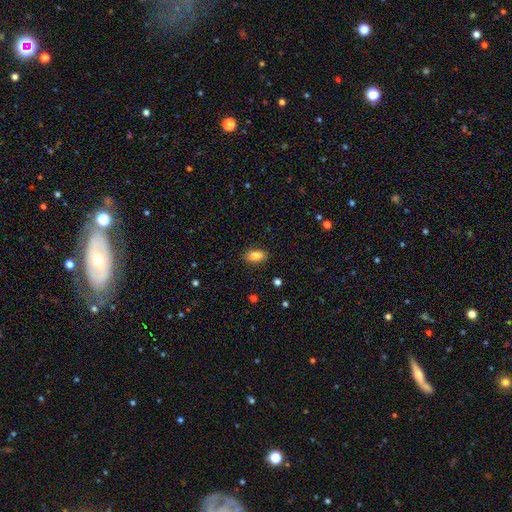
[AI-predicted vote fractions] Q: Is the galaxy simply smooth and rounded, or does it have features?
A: smooth — 84%.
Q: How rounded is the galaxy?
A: in between — 90%.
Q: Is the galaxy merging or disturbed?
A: none — 87%.